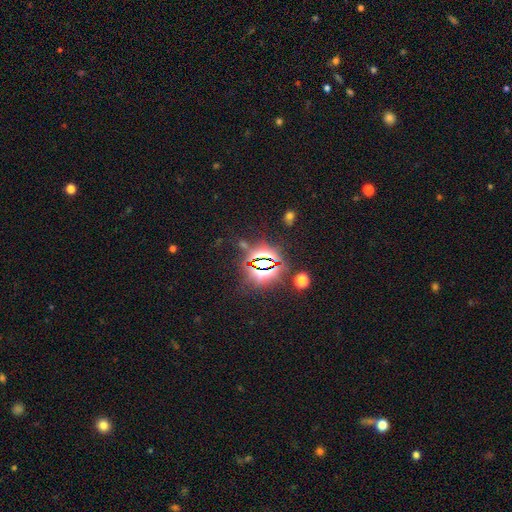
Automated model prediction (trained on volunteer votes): Overall: star or artifact (84%).